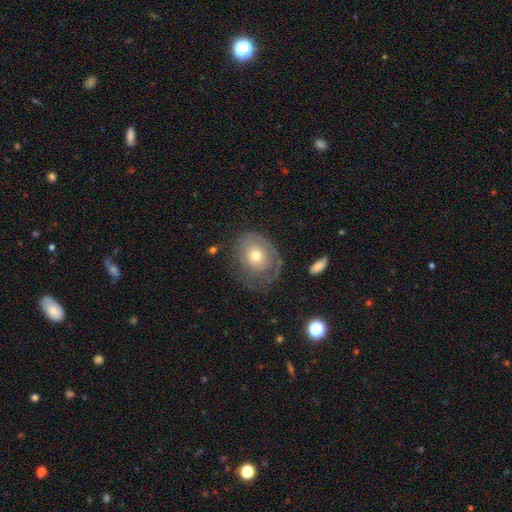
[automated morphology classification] A featured or disk galaxy (52%). Merging: none (53%).